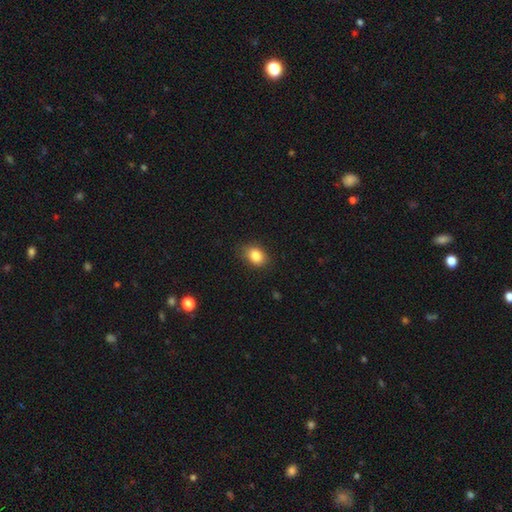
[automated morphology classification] A smooth galaxy with no disk features (84%) that is in between round and cigar-shaped (69%). Merging: none (82%).